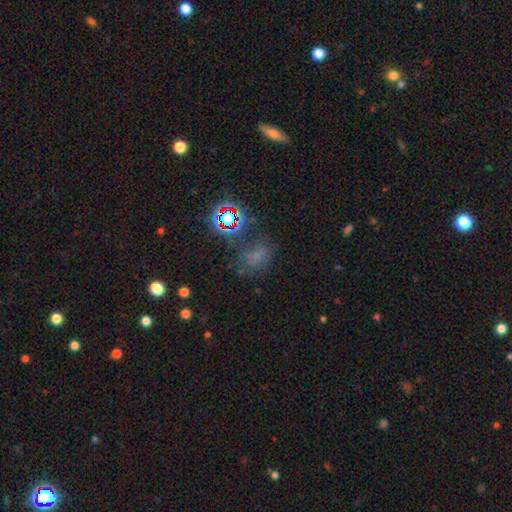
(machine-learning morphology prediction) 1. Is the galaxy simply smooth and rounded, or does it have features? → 47% smooth, 40% star or artifact, 13% featured or disk.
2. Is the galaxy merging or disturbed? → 53% none, 22% minor disturbance, 17% major disturbance, 7% merger.